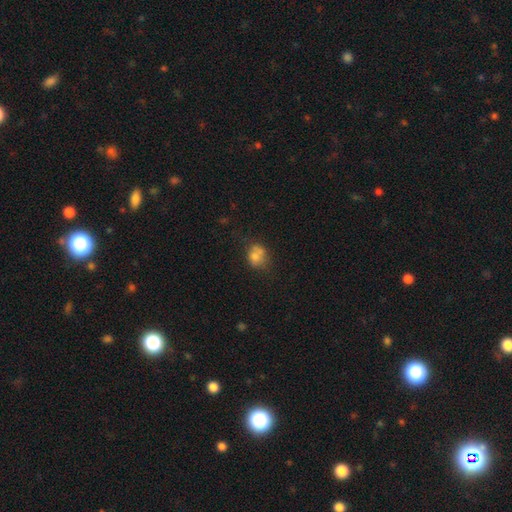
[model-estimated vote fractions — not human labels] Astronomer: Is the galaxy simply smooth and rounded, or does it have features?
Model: smooth — 70%.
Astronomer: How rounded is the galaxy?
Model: round — 60% (runner-up: in between, 39%).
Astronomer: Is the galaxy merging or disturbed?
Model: none — 43% (runner-up: merger, 27%).